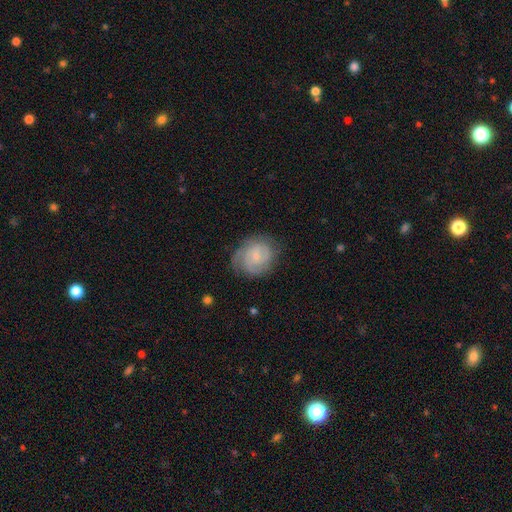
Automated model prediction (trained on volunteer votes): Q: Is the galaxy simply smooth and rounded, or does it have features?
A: featured or disk — 66%.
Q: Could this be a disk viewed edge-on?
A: no — 98%.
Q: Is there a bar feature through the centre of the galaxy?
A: no — 58%.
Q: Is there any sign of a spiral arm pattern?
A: yes — 92%.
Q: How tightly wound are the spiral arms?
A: tight — 59%.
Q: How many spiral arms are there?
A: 2 — 40%.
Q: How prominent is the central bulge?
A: small — 61%.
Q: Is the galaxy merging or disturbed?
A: none — 73%.